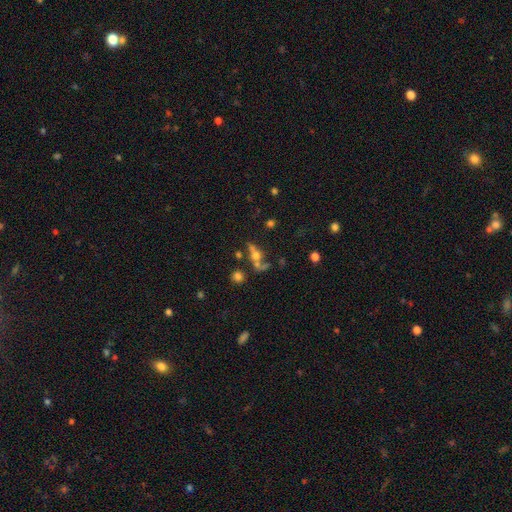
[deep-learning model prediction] A featured or disk galaxy (45%). Merging: none (43%).